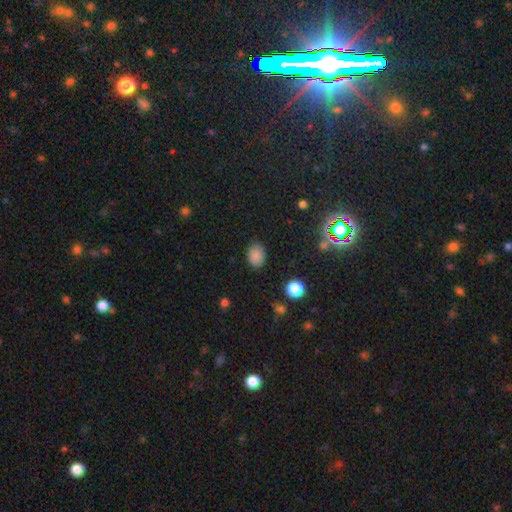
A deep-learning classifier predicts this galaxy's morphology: smooth-or-featured: smooth: 85% | star or artifact: 11% | featured or disk: 4%
  how-rounded: in between: 70% | round: 29% | cigar-shaped: 1%
  merging: none: 85% | minor disturbance: 11% | major disturbance: 3% | merger: 1%